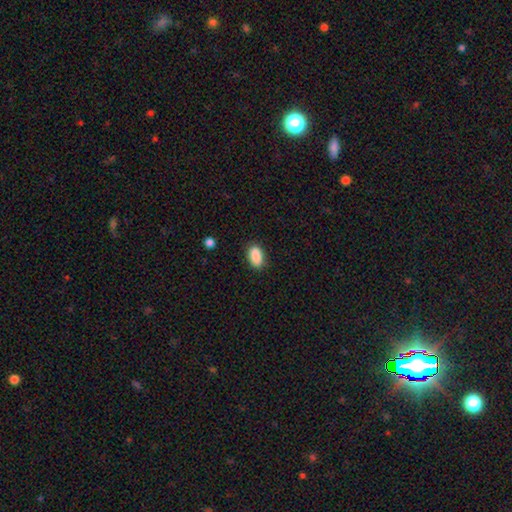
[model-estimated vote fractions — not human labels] Smooth or featured? Predicted: smooth (p=0.89). How rounded? Predicted: in between (p=0.90). Merging? Predicted: none (p=0.84).